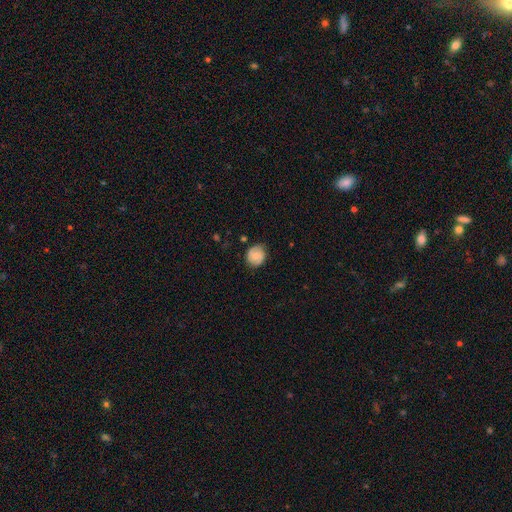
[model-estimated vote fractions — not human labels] Smooth or featured? Predicted: smooth (p=0.60). How rounded? Predicted: round (p=0.76). Merging? Predicted: none (p=0.72).